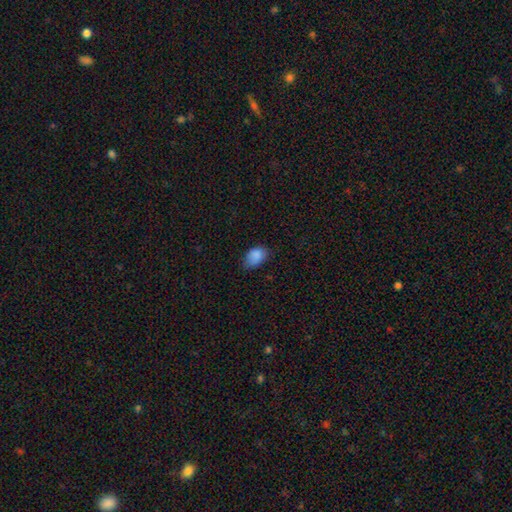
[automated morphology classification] Smooth or featured: smooth — 85% (star or artifact — 9%)
How rounded: in between — 84% (round — 14%)
Merging: none — 58% (minor disturbance — 33%)